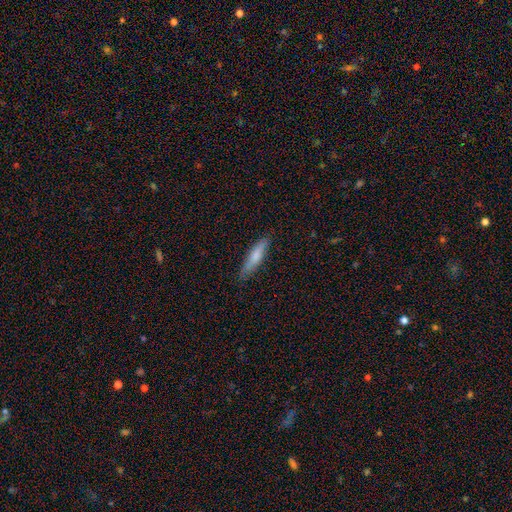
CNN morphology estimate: Smooth or featured? smooth (72%)
How rounded? cigar-shaped (81%)
Merging? none (83%)